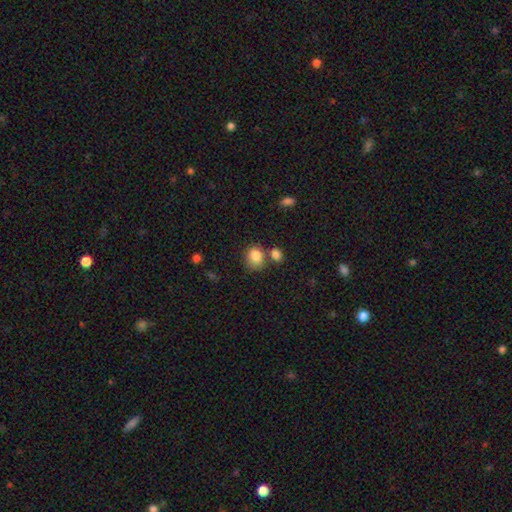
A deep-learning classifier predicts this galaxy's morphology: A smooth galaxy with no disk features (84%) that is round (62%). Merging: none (56%).